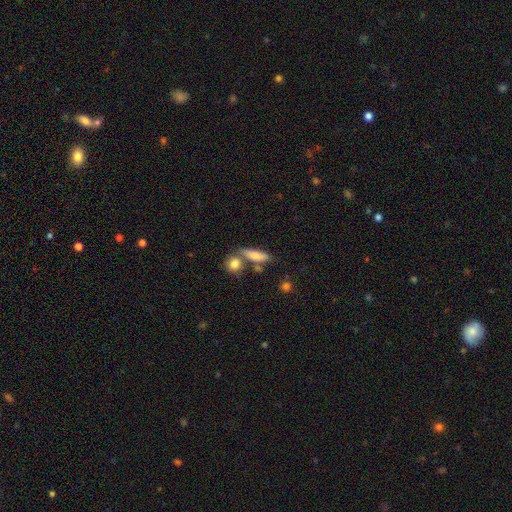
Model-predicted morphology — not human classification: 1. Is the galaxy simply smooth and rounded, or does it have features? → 76% smooth, 16% featured or disk, 8% star or artifact.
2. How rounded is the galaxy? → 49% cigar-shaped, 43% in between, 8% round.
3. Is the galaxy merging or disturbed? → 56% none, 23% merger, 15% minor disturbance, 6% major disturbance.